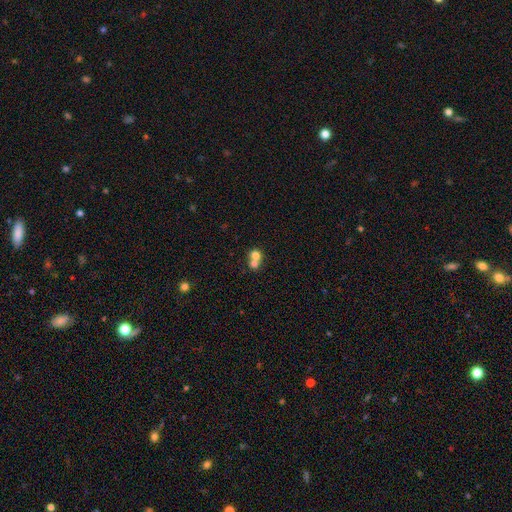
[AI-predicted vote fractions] smooth-or-featured: smooth: 73% | featured or disk: 17% | star or artifact: 11%
  how-rounded: round: 78% | in between: 21% | cigar-shaped: 1%
  merging: merger: 66% | none: 28% | minor disturbance: 4% | major disturbance: 2%